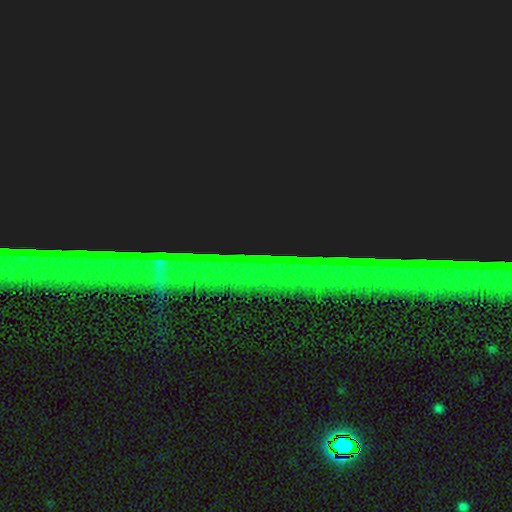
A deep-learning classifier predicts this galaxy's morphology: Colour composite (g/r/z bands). It shows a star or artifact, not a galaxy (82%).